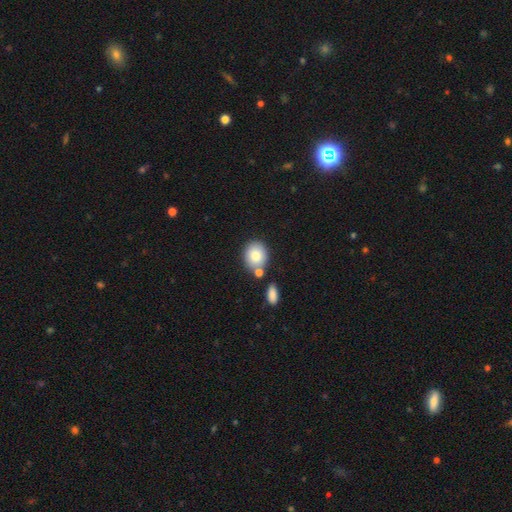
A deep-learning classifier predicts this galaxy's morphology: This appears to be a smooth galaxy with no disk features (82%) that is round (64%). Merging: none (65%).